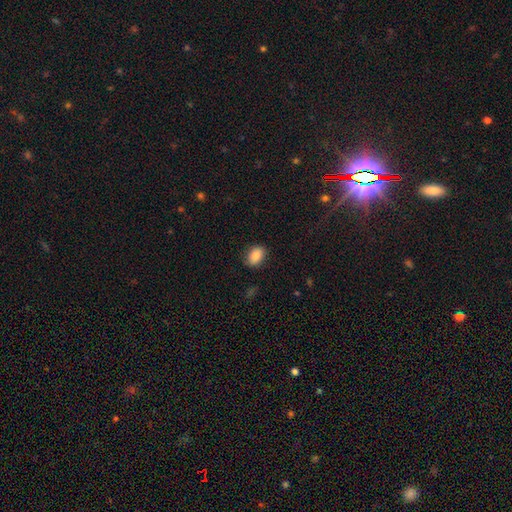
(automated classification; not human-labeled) Q: Smooth or featured?
A: smooth (88%); runner-up: star or artifact (8%)
Q: How rounded?
A: in between (84%); runner-up: round (15%)
Q: Merging?
A: none (85%); runner-up: minor disturbance (11%)